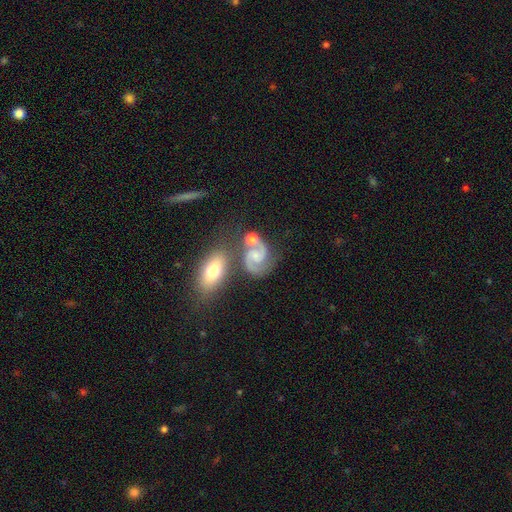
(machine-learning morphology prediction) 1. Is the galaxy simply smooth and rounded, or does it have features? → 88% featured or disk, 7% smooth, 5% star or artifact.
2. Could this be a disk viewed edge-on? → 98% no, 2% yes.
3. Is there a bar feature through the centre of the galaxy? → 59% no, 34% weak, 7% strong.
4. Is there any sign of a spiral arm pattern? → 98% yes, 2% no.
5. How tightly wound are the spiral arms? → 63% medium, 20% tight, 17% loose.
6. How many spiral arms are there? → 93% 2, 2% can't tell, 2% 1, 1% 3, 1% 4, 1% more than 4.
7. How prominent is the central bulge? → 54% small, 31% moderate, 11% none, 3% large, 1% dominant.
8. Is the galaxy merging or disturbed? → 59% none, 18% merger, 16% minor disturbance, 7% major disturbance.